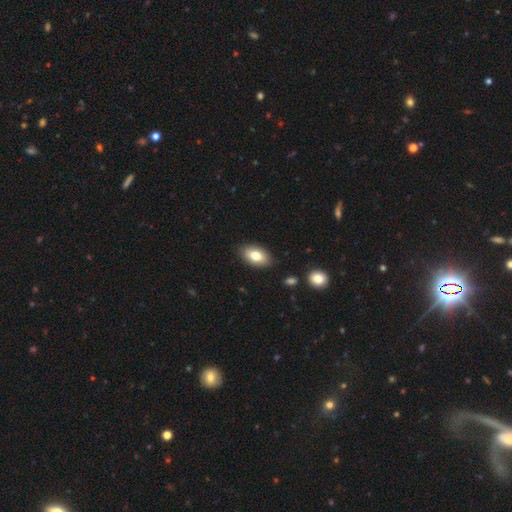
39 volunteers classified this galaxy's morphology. This is likely a smooth galaxy (79%). How rounded: clearly in between (90%). Merging: clearly none (89%).